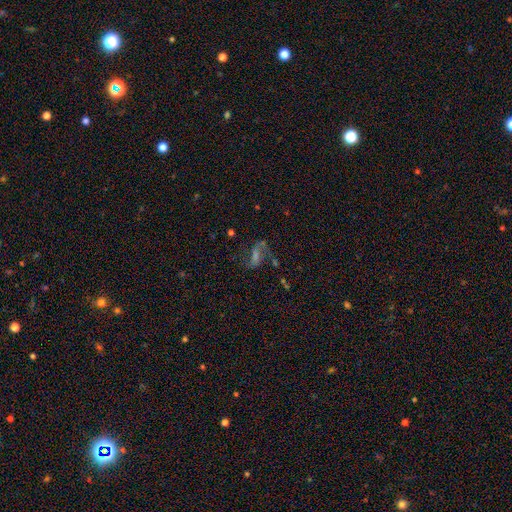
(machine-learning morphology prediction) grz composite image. It shows a featured or disk galaxy (65%) with a weak bar (44%), 2 (86%) loose (59%) spiral arms (88%) and a small central bulge (36%). Merging: none (61%).